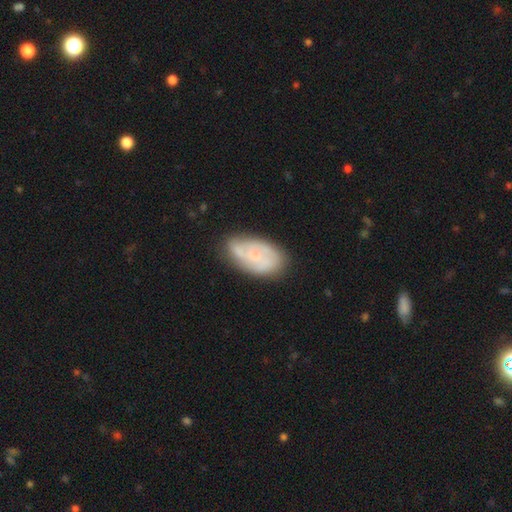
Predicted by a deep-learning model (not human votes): A featured or disk galaxy (59%) with no bar (76%), spiral arms (69%) and a small central bulge (67%).

Vote fractions:
- Smooth or featured? featured or disk: 59% / smooth: 34% / star or artifact: 7%
- Edge-on disk? no: 94% / yes: 6%
- Bar? no: 76% / weak: 21% / strong: 4%
- Spiral arms? yes: 69% / no: 31%
- Bulge size? small: 67% / moderate: 28% / none: 3% / large: 1% / dominant: 1%
- Merging? none: 68% / minor disturbance: 23% / major disturbance: 6% / merger: 2%